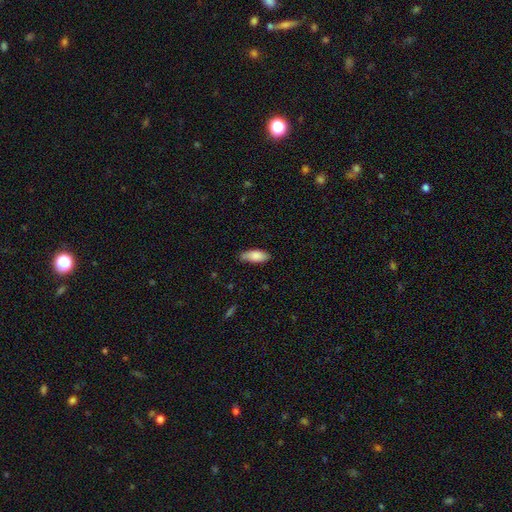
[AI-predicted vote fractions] Smooth or featured: smooth — 84% (featured or disk — 10%)
How rounded: in between — 79% (cigar-shaped — 19%)
Merging: none — 76% (minor disturbance — 20%)